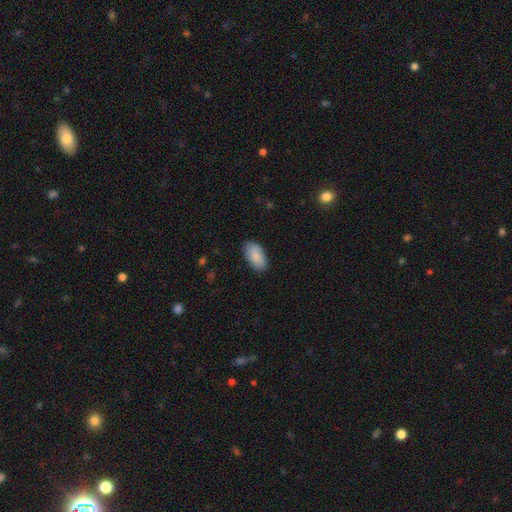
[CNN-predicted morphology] Overall: smooth (88%). How rounded: in between (94%). Merging: none (83%).